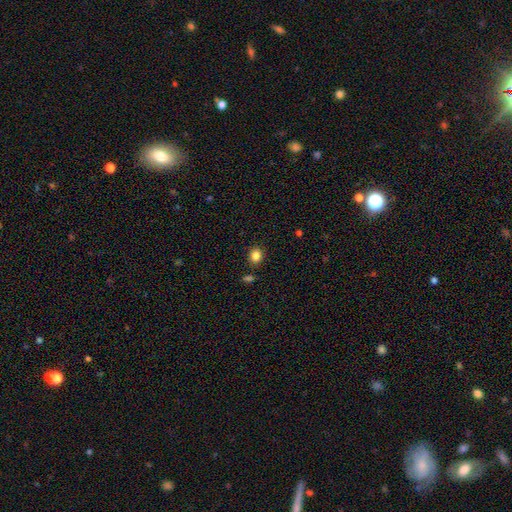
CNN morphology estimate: This appears to be a smooth galaxy with no disk features (85%) that is round (64%). Merging: none (86%).